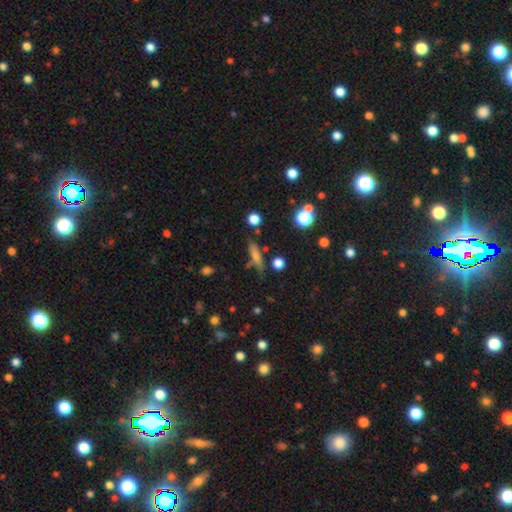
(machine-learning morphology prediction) A smooth galaxy with no disk features (58%) that is cigar-shaped (74%). Merging: none (73%).